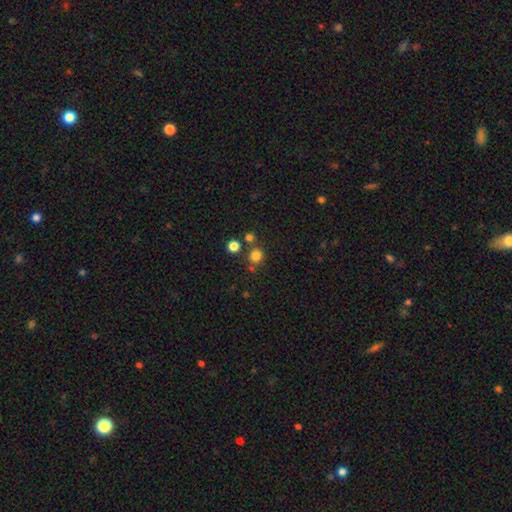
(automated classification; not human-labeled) This appears to be a smooth galaxy with no disk features (80%) that is round (91%). Merging: none (75%).